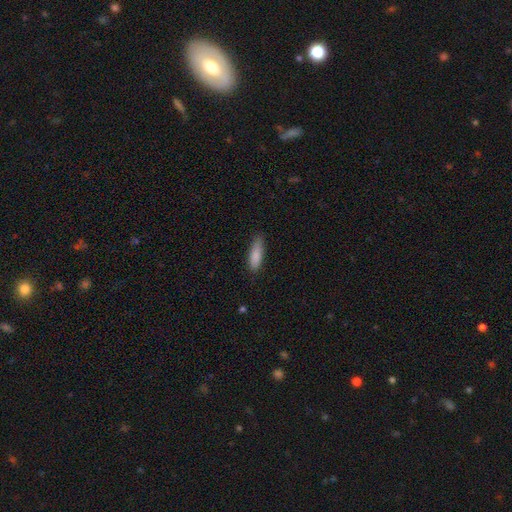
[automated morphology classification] smooth-or-featured: smooth: 86% | featured or disk: 8% | star or artifact: 6%
  how-rounded: cigar-shaped: 51% | in between: 48% | round: 2%
  merging: none: 77% | minor disturbance: 19% | major disturbance: 3% | merger: 1%